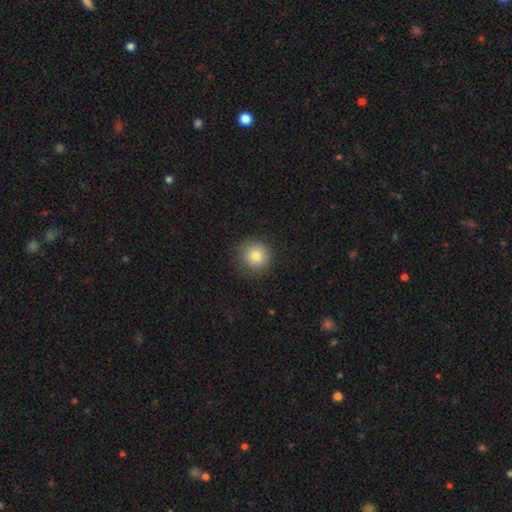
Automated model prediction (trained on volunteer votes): smooth-or-featured: smooth: 81% | star or artifact: 10% | featured or disk: 8%
  how-rounded: round: 93% | in between: 6% | cigar-shaped: 1%
  merging: none: 86% | minor disturbance: 9% | major disturbance: 3% | merger: 1%